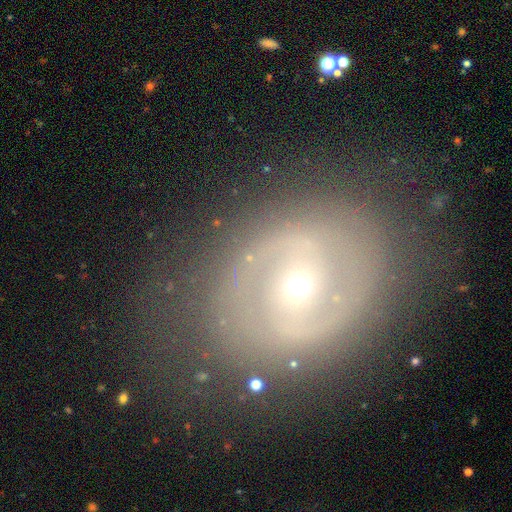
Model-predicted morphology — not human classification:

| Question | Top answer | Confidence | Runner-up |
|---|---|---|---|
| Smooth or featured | featured or disk | 80% | smooth (12%) |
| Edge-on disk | no | 97% | yes (3%) |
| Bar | no | 52% | weak (33%) |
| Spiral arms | yes | 87% | no (13%) |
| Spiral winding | medium | 43% | tied: tight (43%) |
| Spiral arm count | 2 | 84% | can't tell (8%) |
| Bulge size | small | 63% | moderate (34%) |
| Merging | none | 76% | minor disturbance (14%) |